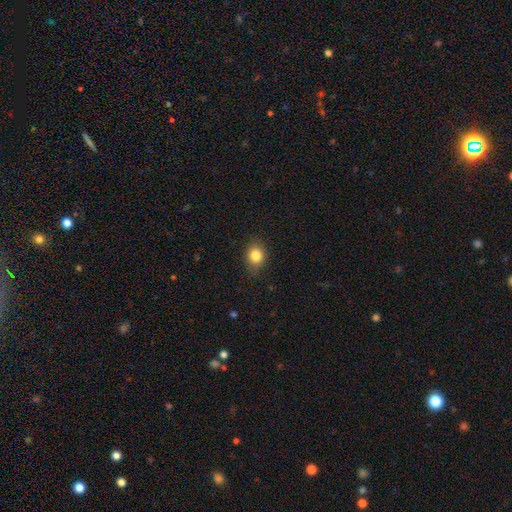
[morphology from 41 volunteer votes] A smooth galaxy with no disk features (90%) that is round (51%). Merging: none (82%).